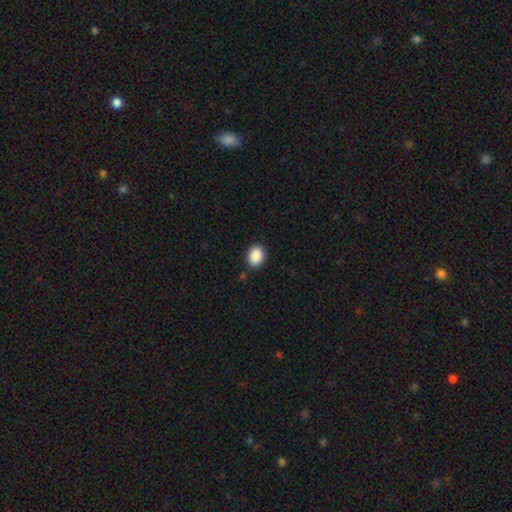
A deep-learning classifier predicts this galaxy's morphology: Smooth or featured: smooth — 89% (star or artifact — 8%)
How rounded: in between — 56% (round — 43%)
Merging: none — 88% (minor disturbance — 8%)